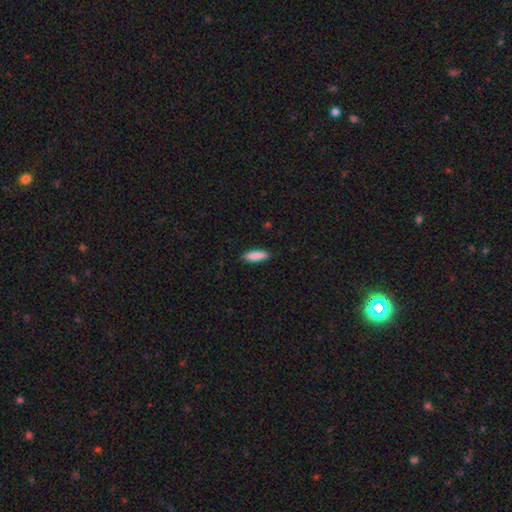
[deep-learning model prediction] This is clearly a smooth galaxy (88%). How rounded: possibly cigar-shaped (59%). Merging: clearly none (89%).